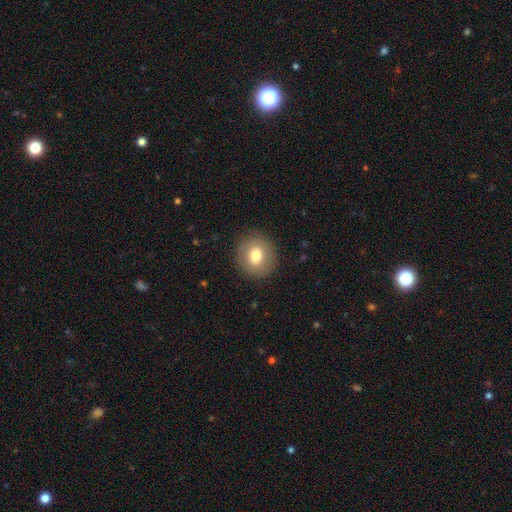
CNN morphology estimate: Q: Smooth or featured?
A: smooth (75%); runner-up: featured or disk (16%)
Q: How rounded?
A: round (83%); runner-up: in between (16%)
Q: Merging?
A: none (89%); runner-up: minor disturbance (7%)